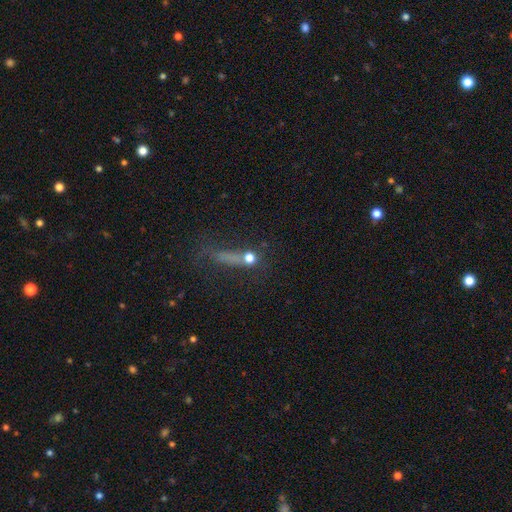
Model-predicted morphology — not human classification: Smooth or featured? smooth (43%)
Merging? none (44%)